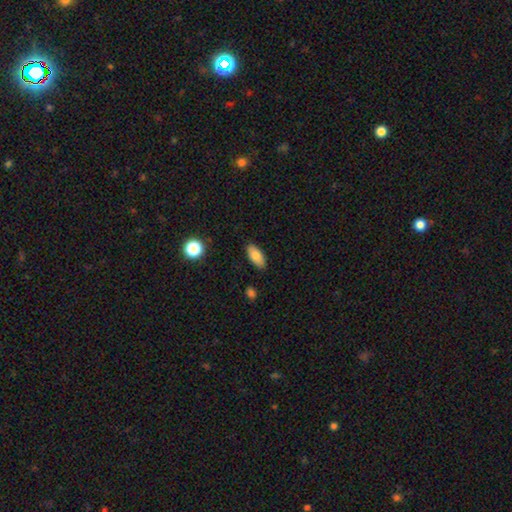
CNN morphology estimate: Q: Smooth or featured?
A: smooth (83%); runner-up: featured or disk (10%)
Q: How rounded?
A: in between (87%); runner-up: cigar-shaped (10%)
Q: Merging?
A: none (87%); runner-up: minor disturbance (9%)